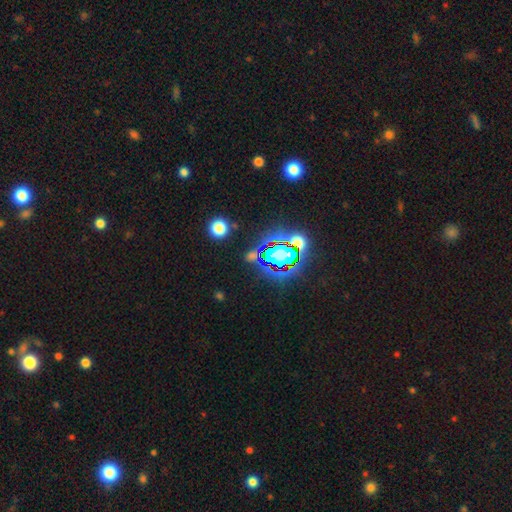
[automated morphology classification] Smooth or featured: star or artifact — 69% (smooth — 20%)